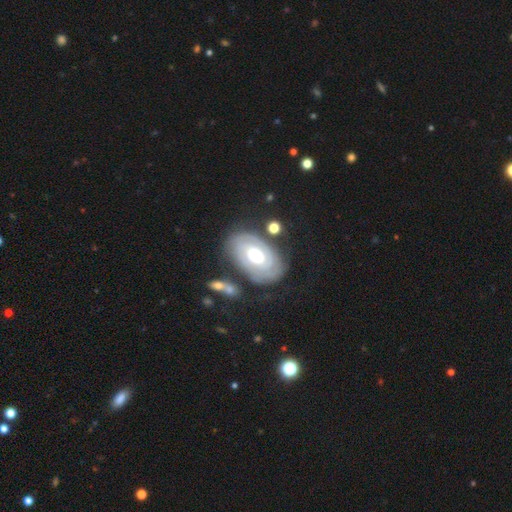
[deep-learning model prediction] smooth-or-featured: featured or disk: 78% | smooth: 17% | star or artifact: 6%
  disk-edge-on: no: 96% | yes: 4%
    bar: no: 57% | weak: 32% | strong: 11%
    has-spiral-arms: yes: 84% | no: 16%
      spiral-winding: tight: 78% | medium: 17% | loose: 5%
      spiral-arm-count: 2: 44% | can't tell: 36% | 3: 9% | 1: 5% | 4: 4% | more than 4: 3%
    bulge-size: moderate: 69% | large: 20% | small: 8% | dominant: 1% | none: 1%
  merging: none: 73% | minor disturbance: 16% | major disturbance: 7% | merger: 4%